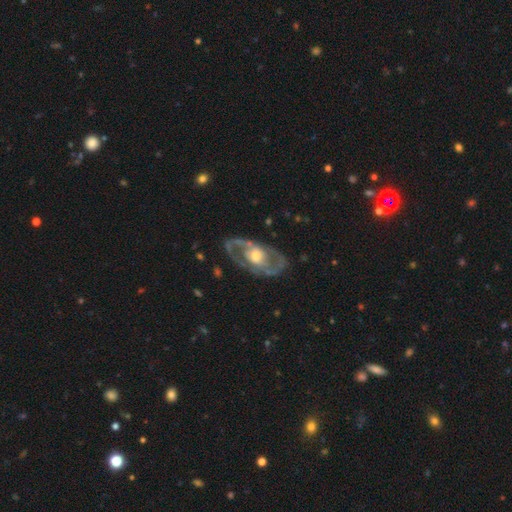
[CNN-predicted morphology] The model was most divided on "spiral winding": medium: 48%, tight: 32%, loose: 20%. More confident: edge-on disk — no (92%); smooth or featured — featured or disk (81%); spiral arm count — 2 (78%); merging — none (76%); spiral arms — yes (67%); bar — no (66%); bulge size — moderate (63%).